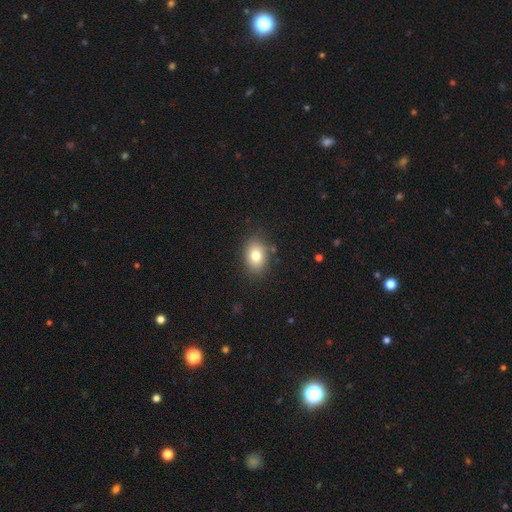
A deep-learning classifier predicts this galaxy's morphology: This appears to be a smooth galaxy with no disk features (79%) that is in between round and cigar-shaped (68%). Merging: none (83%).